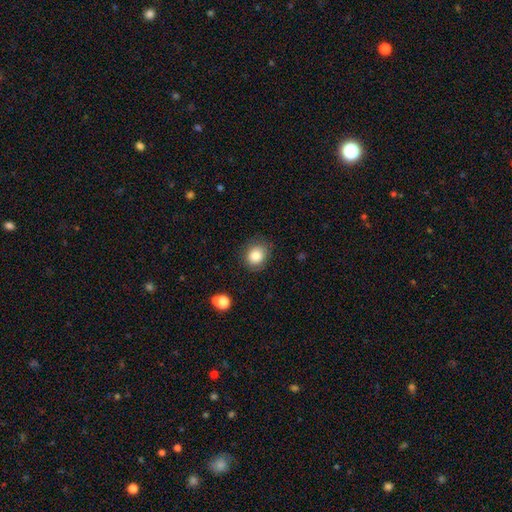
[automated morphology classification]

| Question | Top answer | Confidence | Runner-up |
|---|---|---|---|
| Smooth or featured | smooth | 83% | star or artifact (10%) |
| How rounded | round | 72% | in between (27%) |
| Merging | none | 82% | minor disturbance (13%) |